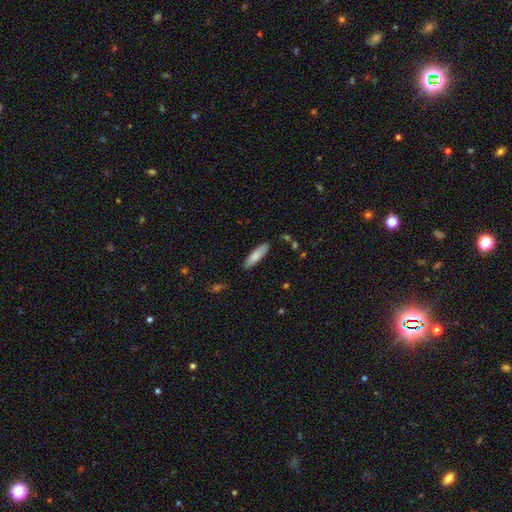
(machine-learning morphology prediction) Smooth or featured? Predicted: smooth (p=0.82). How rounded? Predicted: cigar-shaped (p=0.66). Merging? Predicted: none (p=0.87).